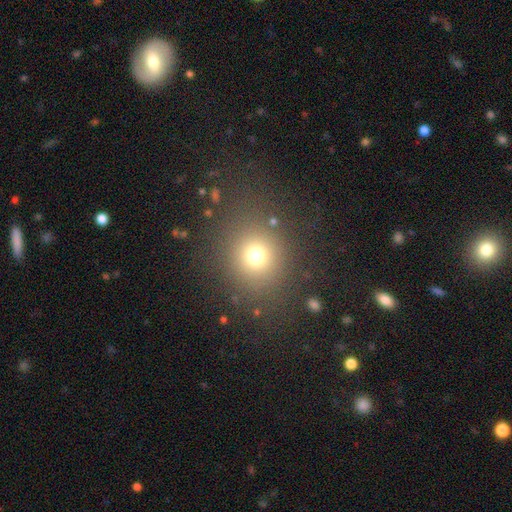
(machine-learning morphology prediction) The model was most divided on "smooth or featured": smooth: 73%, star or artifact: 19%, featured or disk: 9%. More confident: how rounded — round (86%); merging — none (82%).